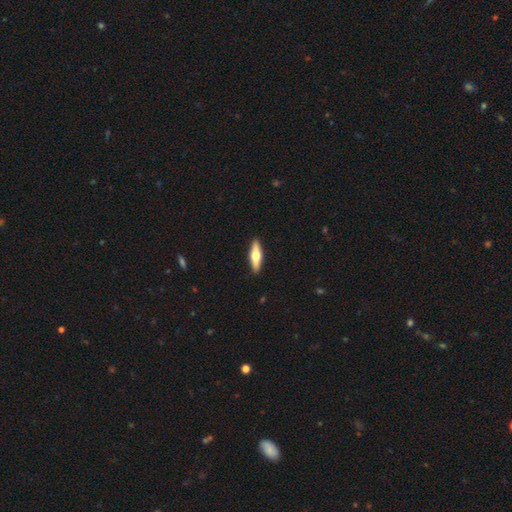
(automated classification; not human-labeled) Smooth or featured? smooth (51%)
How rounded? cigar-shaped (63%)
Merging? none (91%)